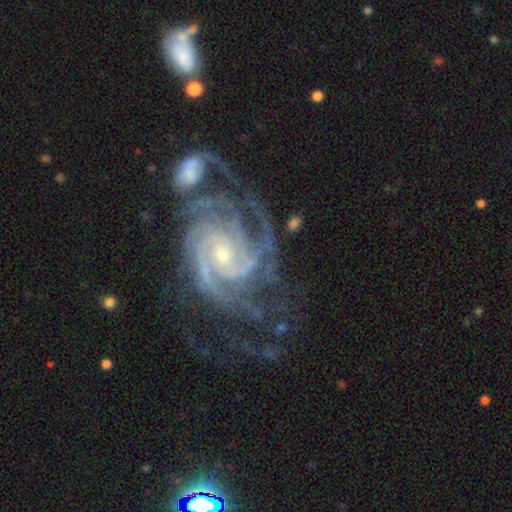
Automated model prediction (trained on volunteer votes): This appears to be a featured or disk galaxy (93%) with no bar (60%), 3 (26%, tied with 4) tight (71%) spiral arms (99%) and a small central bulge (65%). Merging: none (43%).